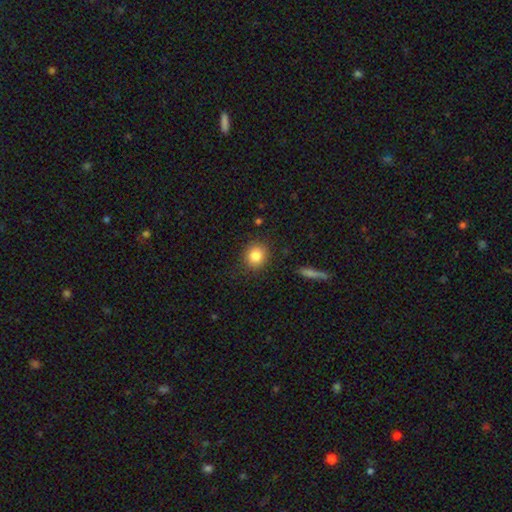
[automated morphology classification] type=smooth (84%); roundness=round (84%); merging=none (87%).